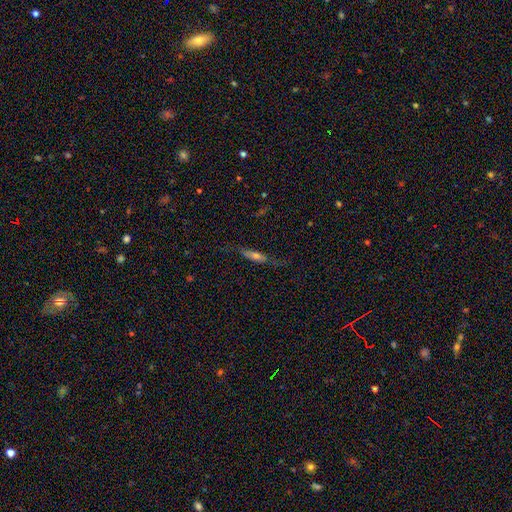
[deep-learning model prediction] featured or disk 47%, smooth 42%, star or artifact 11%. Down the decision tree: merging — none (66%).